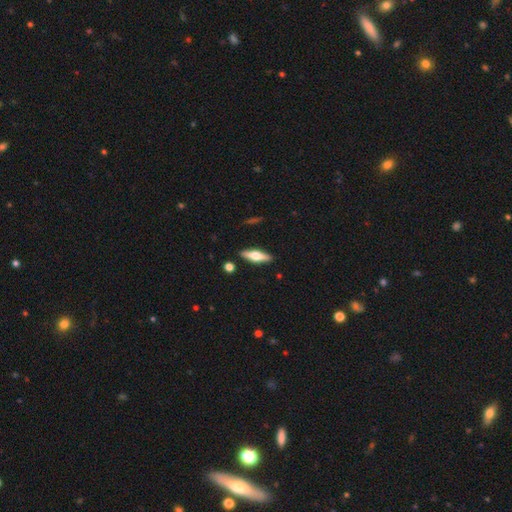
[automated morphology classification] The model was most divided on "smooth or featured": featured or disk: 54%, smooth: 40%, star or artifact: 6%. More confident: edge-on bulge — rounded (94%); edge-on disk — yes (93%); merging — none (89%).